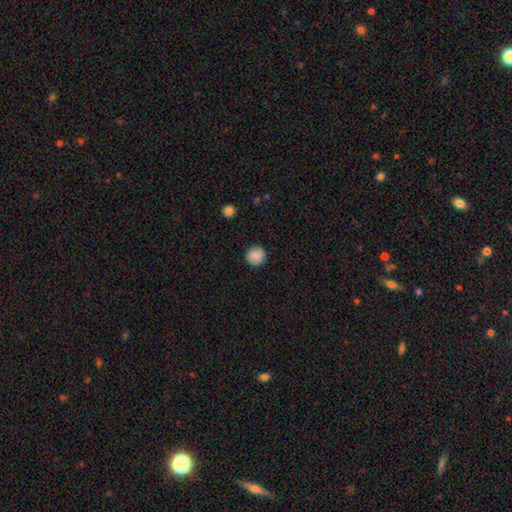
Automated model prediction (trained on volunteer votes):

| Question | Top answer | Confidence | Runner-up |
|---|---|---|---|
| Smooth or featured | smooth | 87% | star or artifact (8%) |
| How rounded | round | 94% | in between (5%) |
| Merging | none | 91% | minor disturbance (6%) |